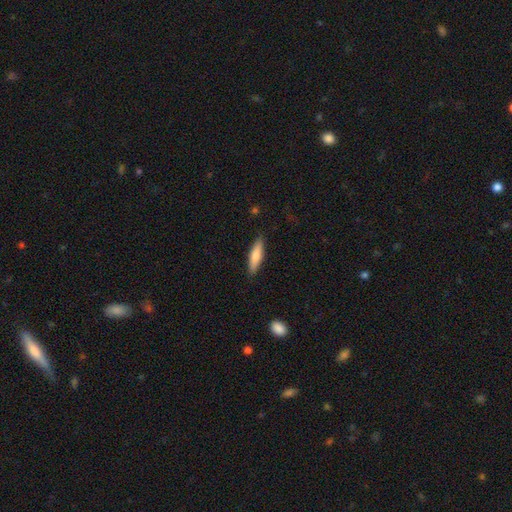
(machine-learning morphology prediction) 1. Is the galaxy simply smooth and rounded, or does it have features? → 76% smooth, 18% featured or disk, 5% star or artifact.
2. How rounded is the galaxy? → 71% cigar-shaped, 27% in between, 2% round.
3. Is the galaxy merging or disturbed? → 88% none, 9% minor disturbance, 2% major disturbance, 1% merger.